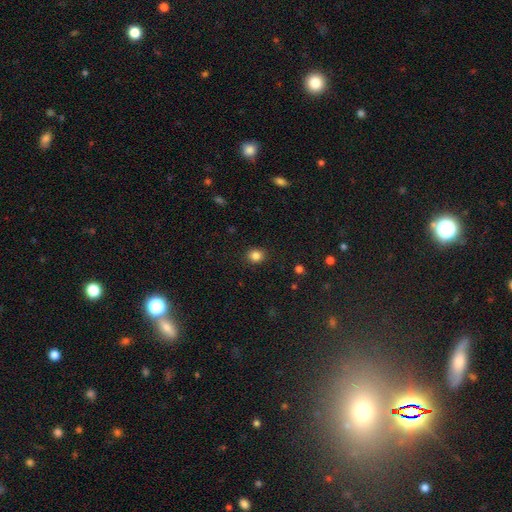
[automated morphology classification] smooth 85%, star or artifact 11%, featured or disk 4%. Down the decision tree: how rounded — round (78%); merging — none (89%).